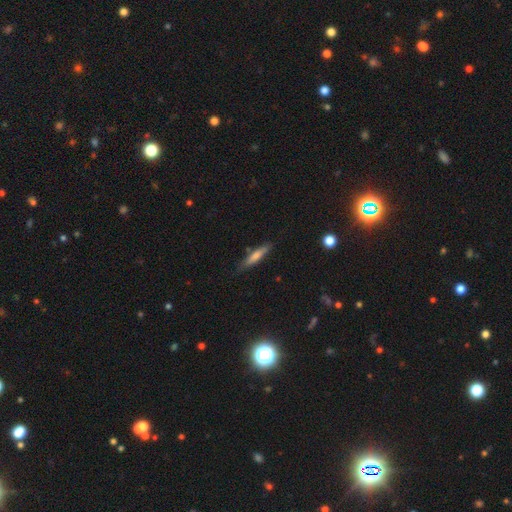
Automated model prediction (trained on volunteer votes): The model was most divided on "smooth or featured": smooth: 64%, featured or disk: 29%, star or artifact: 7%. More confident: how rounded — cigar-shaped (85%); merging — none (79%).